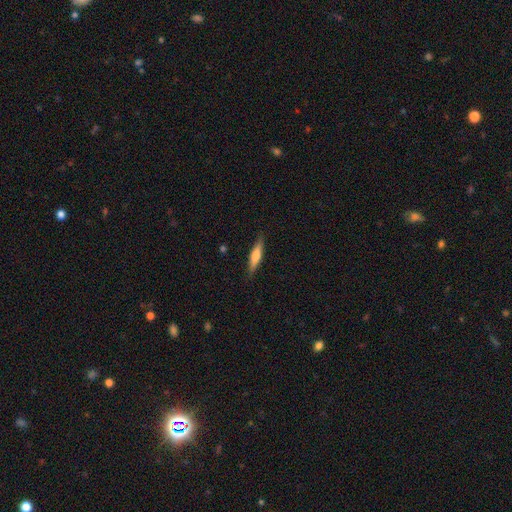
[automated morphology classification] The model was most divided on "smooth or featured": smooth: 58%, featured or disk: 36%, star or artifact: 6%. More confident: merging — none (88%); how rounded — cigar-shaped (82%).